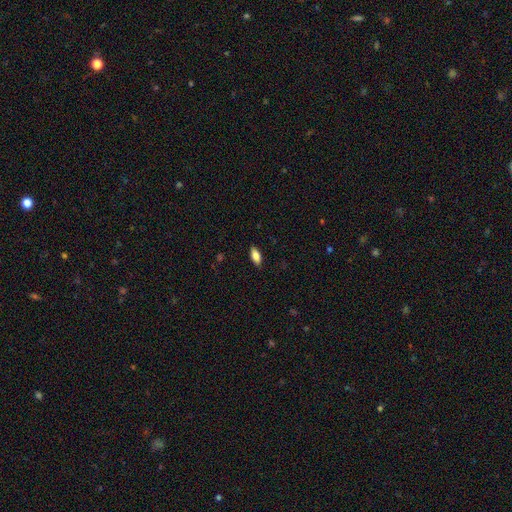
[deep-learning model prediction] smooth_or_featured: smooth (p=0.80) [alt: featured or disk p=0.13]
how_rounded: in between (p=0.85) [alt: cigar-shaped p=0.13]
merging: none (p=0.88) [alt: minor disturbance p=0.09]